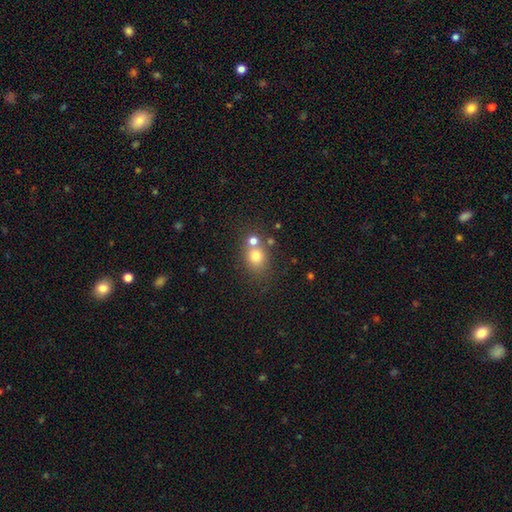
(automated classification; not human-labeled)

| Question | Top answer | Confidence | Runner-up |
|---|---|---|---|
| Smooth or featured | smooth | 76% | star or artifact (13%) |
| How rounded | round | 67% | in between (32%) |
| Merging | none | 53% | merger (33%) |